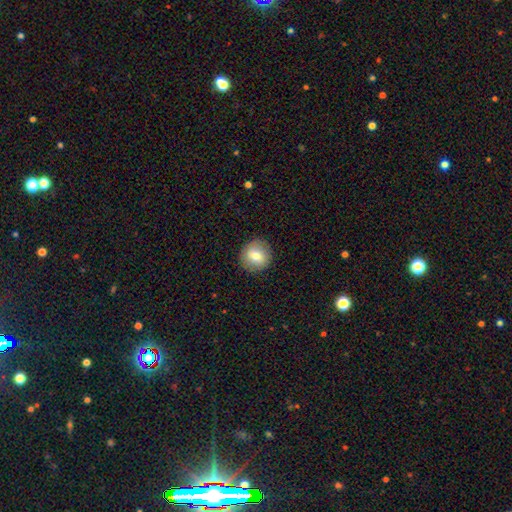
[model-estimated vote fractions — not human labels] Smooth or featured? Predicted: smooth (p=0.75). How rounded? Predicted: round (p=0.91). Merging? Predicted: none (p=0.89).